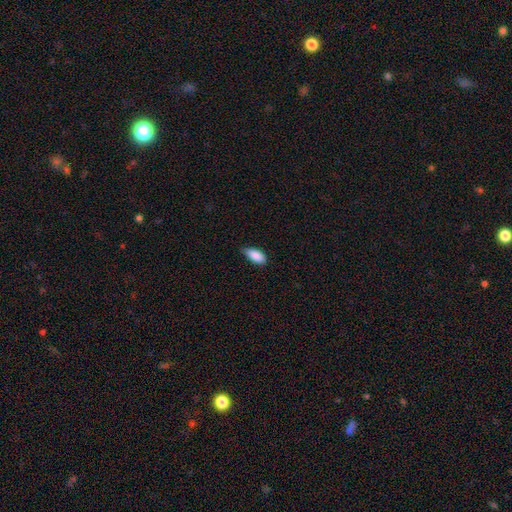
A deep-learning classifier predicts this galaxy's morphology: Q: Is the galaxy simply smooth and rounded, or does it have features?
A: smooth — 88%.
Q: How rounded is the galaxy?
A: in between — 87%.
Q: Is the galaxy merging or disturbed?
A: none — 64%.